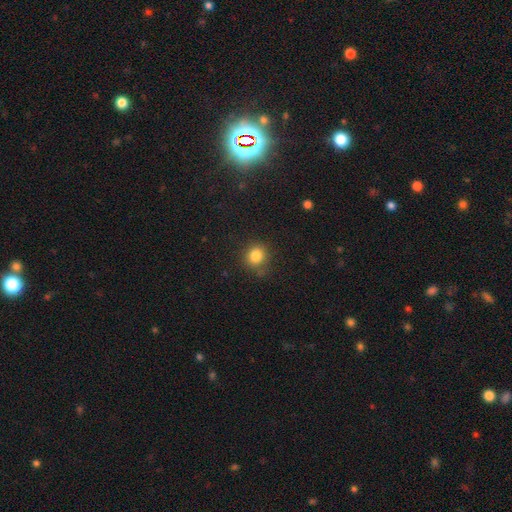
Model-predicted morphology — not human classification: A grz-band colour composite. It shows a smooth galaxy with no disk features (82%) that is round (84%). Merging: none (80%).